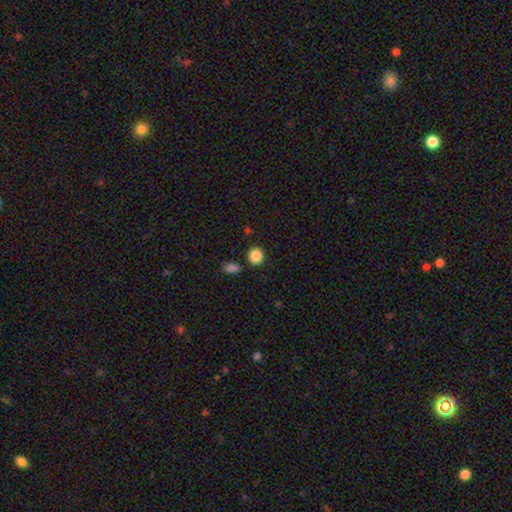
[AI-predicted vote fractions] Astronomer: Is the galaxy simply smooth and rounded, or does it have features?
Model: smooth — 88%.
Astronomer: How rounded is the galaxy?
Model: round — 81%.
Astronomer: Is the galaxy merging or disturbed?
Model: none — 83%.